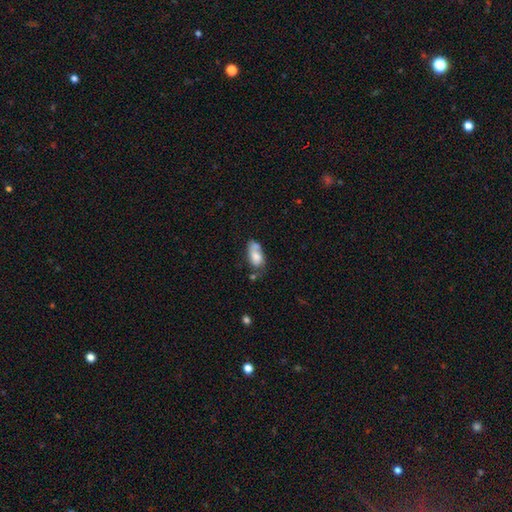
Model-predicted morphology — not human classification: Overall: smooth (69%). How rounded: in between (89%). Merging: none (34%; merger 28%).